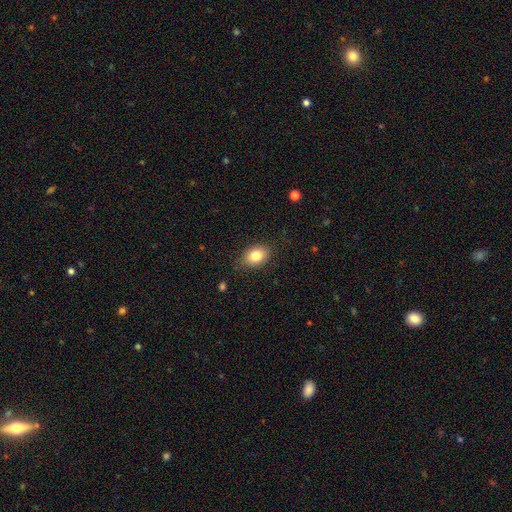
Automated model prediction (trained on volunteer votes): Smooth or featured: smooth — 82% (featured or disk — 10%)
How rounded: in between — 79% (round — 20%)
Merging: none — 82% (minor disturbance — 14%)